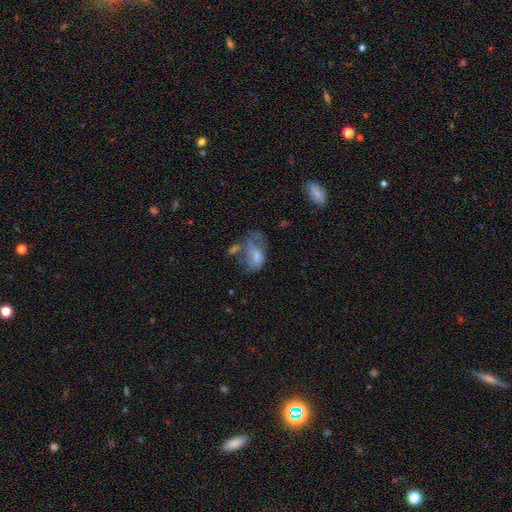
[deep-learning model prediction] This appears to be a smooth galaxy with no disk features (61%) that is in between round and cigar-shaped (88%). Merging: major disturbance (38%).